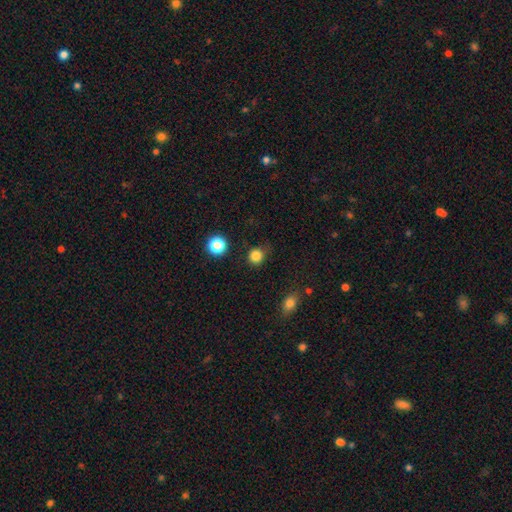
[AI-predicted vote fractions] Q: Smooth or featured?
A: smooth (83%); runner-up: star or artifact (13%)
Q: How rounded?
A: round (88%); runner-up: in between (11%)
Q: Merging?
A: none (77%); runner-up: minor disturbance (16%)